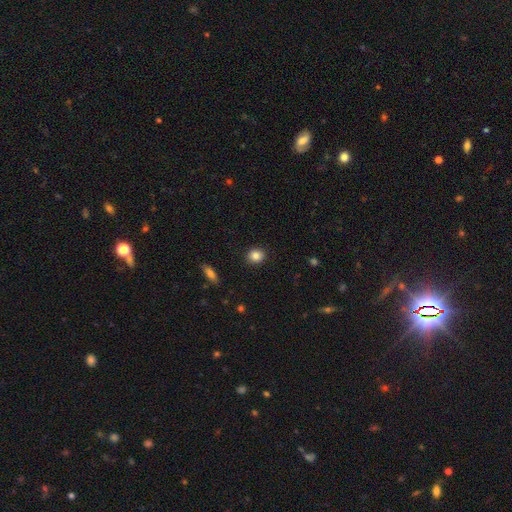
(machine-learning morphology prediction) smooth 85%, star or artifact 10%, featured or disk 5%. Down the decision tree: how rounded — round (73%); merging — none (91%).